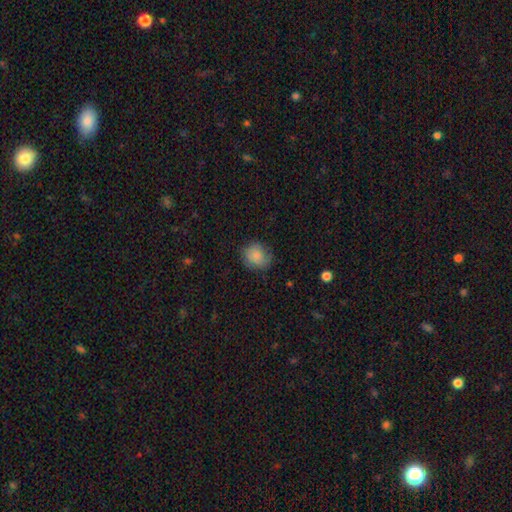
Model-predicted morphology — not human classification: Smooth or featured?
  - smooth: 83% *
  - featured or disk: 9%
  - star or artifact: 8%
How rounded?
  - round: 78% *
  - in between: 21%
  - cigar-shaped: 1%
Merging?
  - none: 73% *
  - minor disturbance: 20%
  - major disturbance: 6%
  - merger: 1%